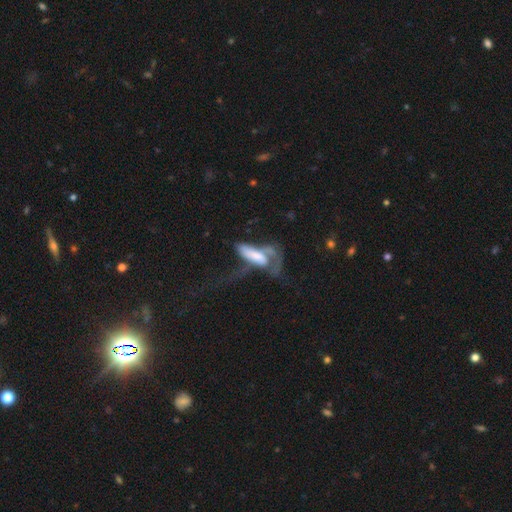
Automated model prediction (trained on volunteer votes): The model was most divided on "smooth or featured": smooth: 48%, featured or disk: 45%, star or artifact: 8%. More confident: merging — major disturbance (59%).